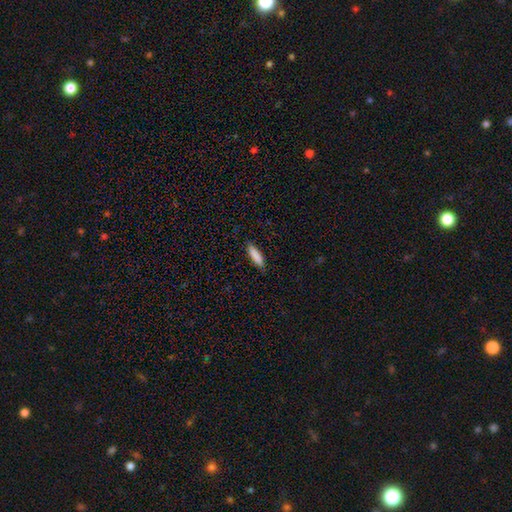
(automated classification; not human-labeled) Q: Smooth or featured?
A: smooth (87%); runner-up: featured or disk (6%)
Q: How rounded?
A: cigar-shaped (64%); runner-up: in between (35%)
Q: Merging?
A: none (86%); runner-up: minor disturbance (11%)